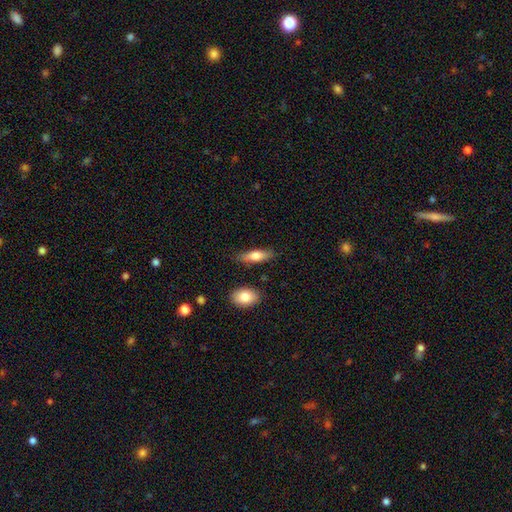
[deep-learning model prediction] Smooth or featured? smooth (72%)
How rounded? in between (52%)
Merging? none (80%)